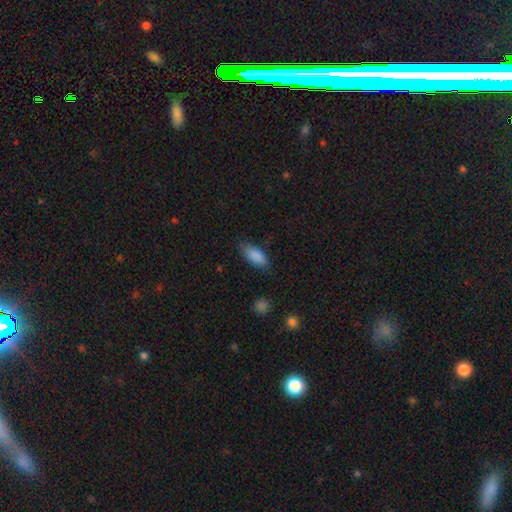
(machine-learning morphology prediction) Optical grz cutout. It shows a smooth galaxy with no disk features (88%) that is in between round and cigar-shaped (87%). Merging: none (74%).